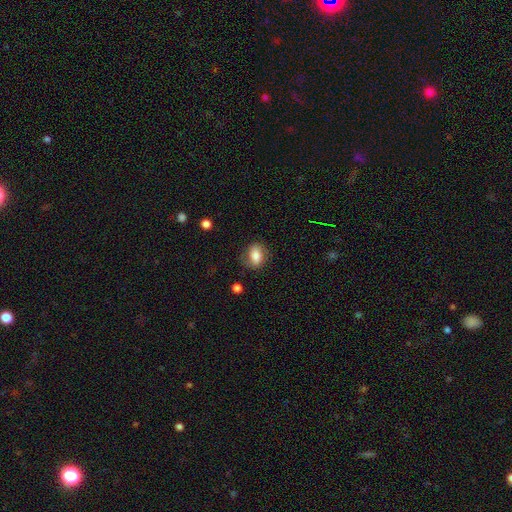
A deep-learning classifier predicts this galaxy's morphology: Smooth or featured: smooth — 76% (featured or disk — 16%)
How rounded: in between — 72% (round — 26%)
Merging: none — 75% (minor disturbance — 17%)